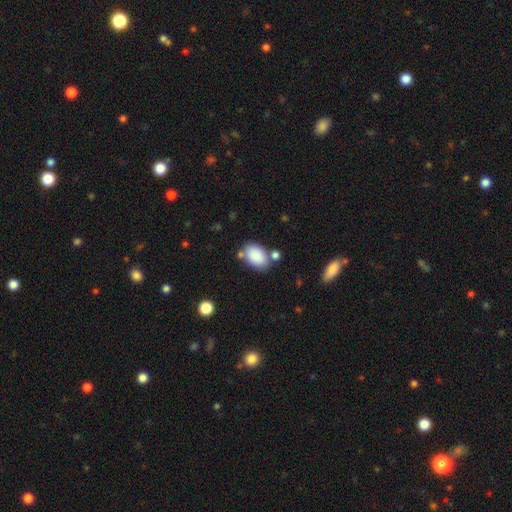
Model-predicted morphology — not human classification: This appears to be a smooth galaxy with no disk features (87%) that is in between round and cigar-shaped (89%). Merging: none (66%).